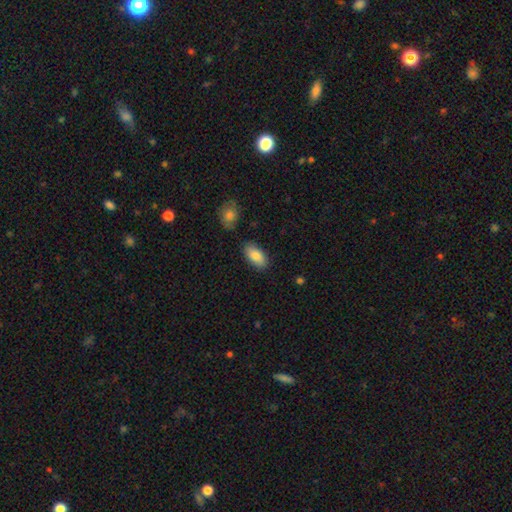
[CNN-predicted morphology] Smooth or featured?
  - smooth: 84% *
  - featured or disk: 10%
  - star or artifact: 6%
How rounded?
  - in between: 93% *
  - cigar-shaped: 4%
  - round: 3%
Merging?
  - none: 81% *
  - minor disturbance: 12%
  - merger: 4%
  - major disturbance: 3%